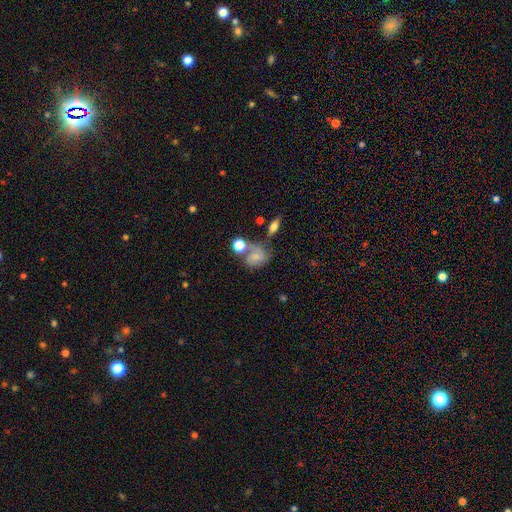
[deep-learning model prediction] featured or disk 47%, smooth 42%, star or artifact 11%. Down the decision tree: merging — none (42%).